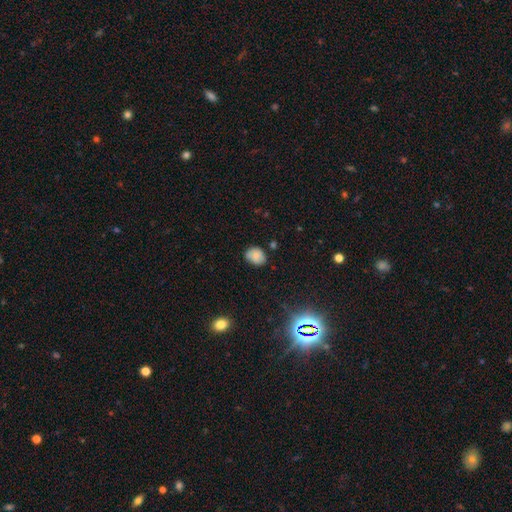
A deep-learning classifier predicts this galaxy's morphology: This appears to be a smooth galaxy with no disk features (79%) that is in between round and cigar-shaped (56%). Merging: none (68%).